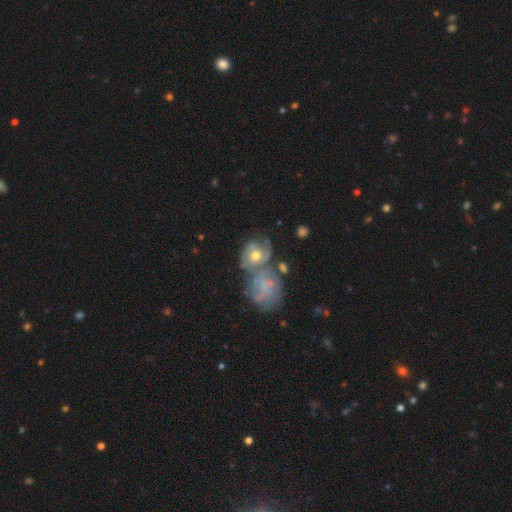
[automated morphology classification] Smooth or featured?
  - featured or disk: 65% *
  - smooth: 26%
  - star or artifact: 8%
Edge-on disk?
  - no: 97% *
  - yes: 3%
Bar?
  - no: 74% *
  - weak: 21%
  - strong: 5%
Spiral arms?
  - yes: 79% *
  - no: 21%
Spiral winding?
  - tight: 43% *
  - medium: 40%
  - loose: 17%
Spiral arm count?
  - can't tell: 33% * (tied)
  - 2: 33% * (tied)
  - 3: 15%
  - 1: 11%
  - 4: 4%
  - more than 4: 3%
Bulge size?
  - moderate: 66% *
  - small: 18%
  - large: 10%
  - none: 3%
  - dominant: 2%
Merging?
  - merger: 43% *
  - none: 30%
  - minor disturbance: 14%
  - major disturbance: 13%